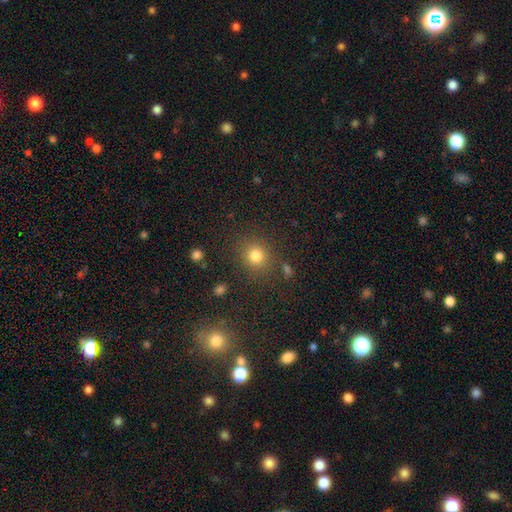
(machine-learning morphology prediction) The model was most divided on "smooth or featured": smooth: 80%, star or artifact: 14%, featured or disk: 6%. More confident: how rounded — round (85%); merging — none (82%).